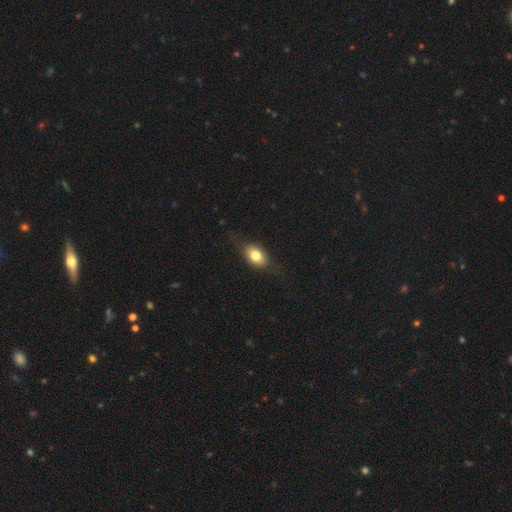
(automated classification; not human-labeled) Overall: smooth (75%). How rounded: in between (77%). Merging: none (74%).